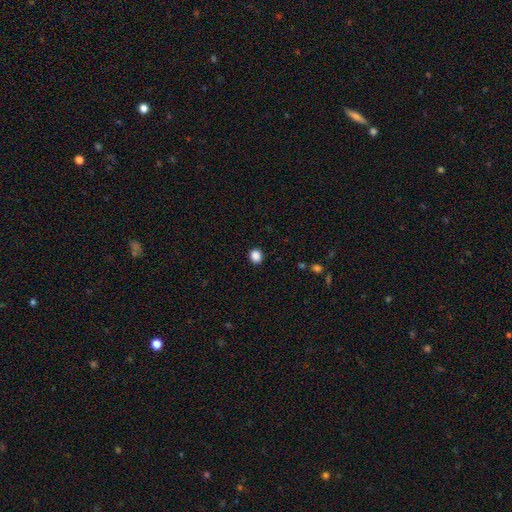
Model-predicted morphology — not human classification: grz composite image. It shows a smooth galaxy with no disk features (87%) that is round (62%). Merging: none (90%).